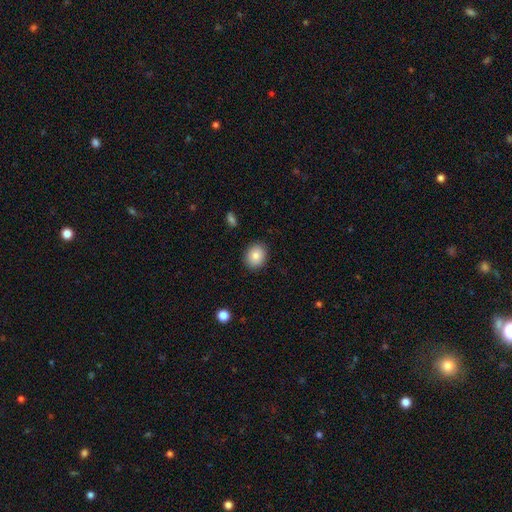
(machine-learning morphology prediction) Smooth or featured? smooth (83%)
How rounded? round (60%)
Merging? none (89%)